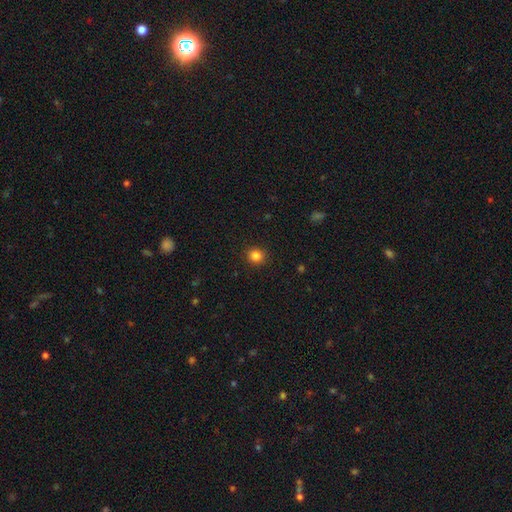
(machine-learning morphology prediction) Smooth or featured?
  - smooth: 84% *
  - star or artifact: 12%
  - featured or disk: 4%
How rounded?
  - round: 84% *
  - in between: 15%
  - cigar-shaped: 1%
Merging?
  - none: 91% *
  - minor disturbance: 6%
  - major disturbance: 2%
  - merger: 1%